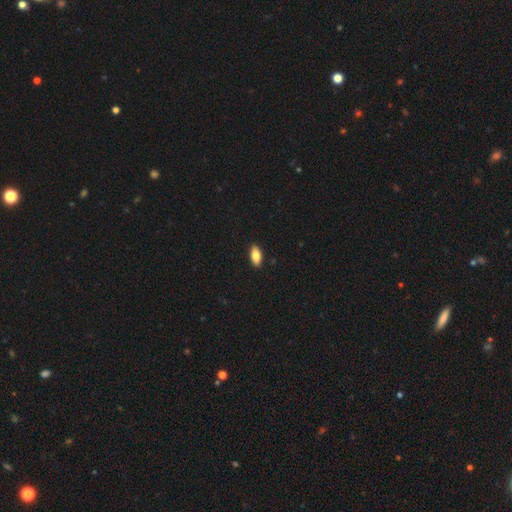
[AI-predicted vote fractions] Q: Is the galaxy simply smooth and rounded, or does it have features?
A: smooth — 79%.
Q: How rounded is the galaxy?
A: in between — 87%.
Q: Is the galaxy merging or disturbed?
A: none — 91%.